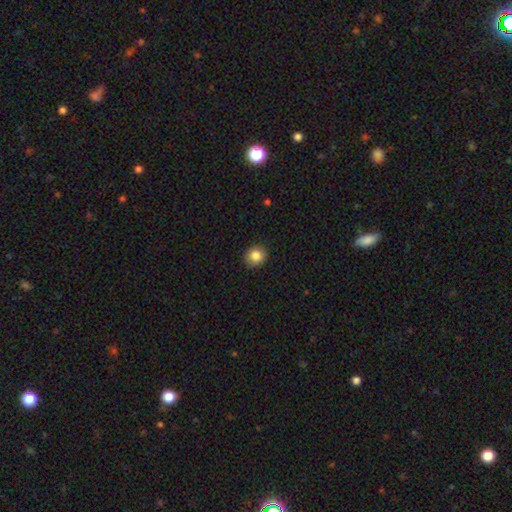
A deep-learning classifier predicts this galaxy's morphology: Smooth or featured?
  - smooth: 86% *
  - star or artifact: 10%
  - featured or disk: 5%
How rounded?
  - round: 77% *
  - in between: 22%
  - cigar-shaped: 1%
Merging?
  - none: 89% *
  - minor disturbance: 8%
  - major disturbance: 2%
  - merger: 1%